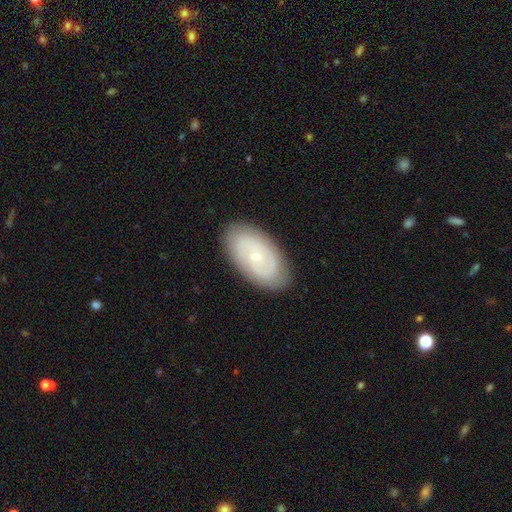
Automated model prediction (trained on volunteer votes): Q: Smooth or featured?
A: featured or disk (62%); runner-up: smooth (32%)
Q: Edge-on disk?
A: no (94%); runner-up: yes (6%)
Q: Bar?
A: no (79%); runner-up: weak (17%)
Q: Spiral arms?
A: yes (73%); runner-up: no (27%)
Q: Bulge size?
A: small (76%); runner-up: moderate (20%)
Q: Merging?
A: none (85%); runner-up: minor disturbance (11%)